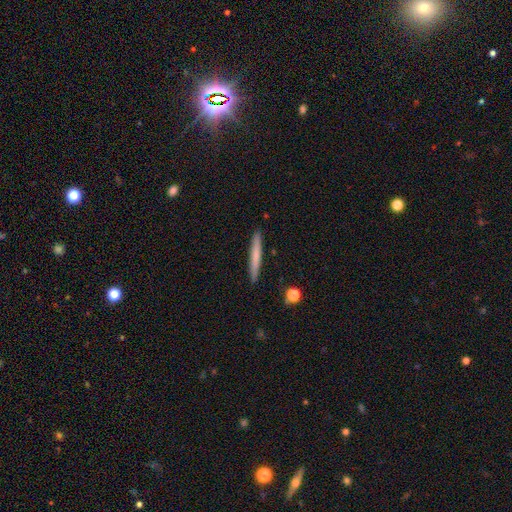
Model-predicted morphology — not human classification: This is likely a smooth galaxy (68%). How rounded: clearly cigar-shaped (96%). Merging: clearly none (91%).